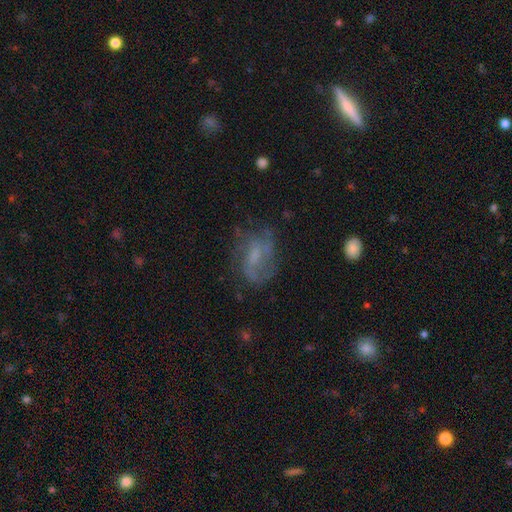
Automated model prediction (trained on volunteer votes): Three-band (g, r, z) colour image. It shows a featured or disk galaxy (60%) with a weak bar (47%), spiral arms (75%) and a small central bulge (39%). Merging: none (54%).